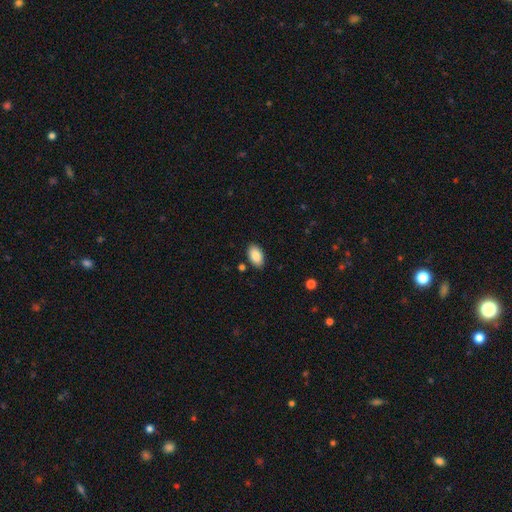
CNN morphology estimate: Smooth or featured? Predicted: smooth (p=0.88). How rounded? Predicted: in between (p=0.94). Merging? Predicted: none (p=0.87).